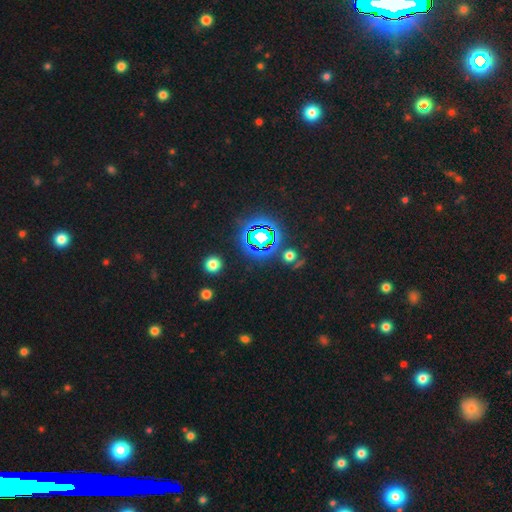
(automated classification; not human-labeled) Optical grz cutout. It shows a star or artifact, not a galaxy (79%).